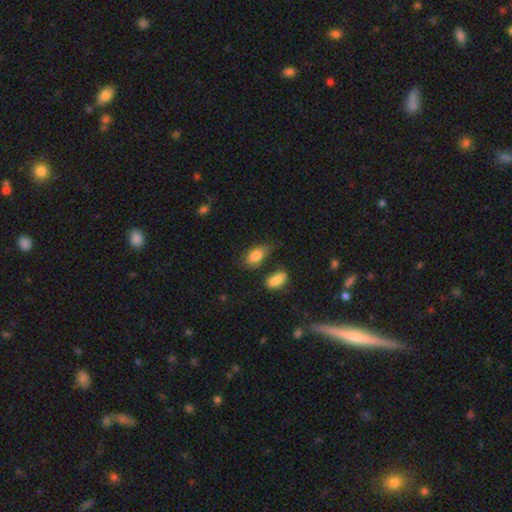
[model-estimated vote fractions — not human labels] smooth-or-featured: smooth: 83% | featured or disk: 10% | star or artifact: 8%
  how-rounded: in between: 89% | cigar-shaped: 6% | round: 5%
  merging: none: 57% | minor disturbance: 26% | merger: 9% | major disturbance: 8%